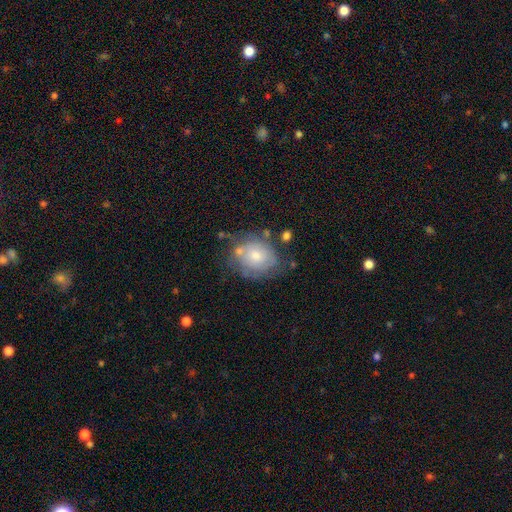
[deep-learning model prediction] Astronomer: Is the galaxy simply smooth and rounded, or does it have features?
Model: smooth — 53% (runner-up: featured or disk, 39%).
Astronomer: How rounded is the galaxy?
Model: round — 63%.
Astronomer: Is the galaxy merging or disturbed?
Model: none — 55%.